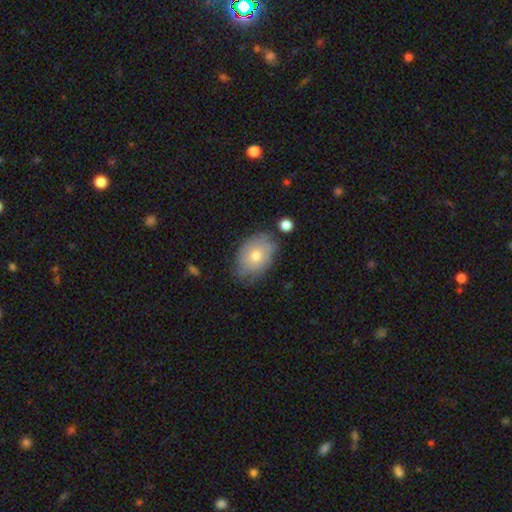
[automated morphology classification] Smooth or featured?
  - smooth: 66% *
  - featured or disk: 26%
  - star or artifact: 8%
How rounded?
  - in between: 81% *
  - round: 18%
  - cigar-shaped: 1%
Merging?
  - none: 69% *
  - minor disturbance: 23%
  - major disturbance: 5%
  - merger: 3%